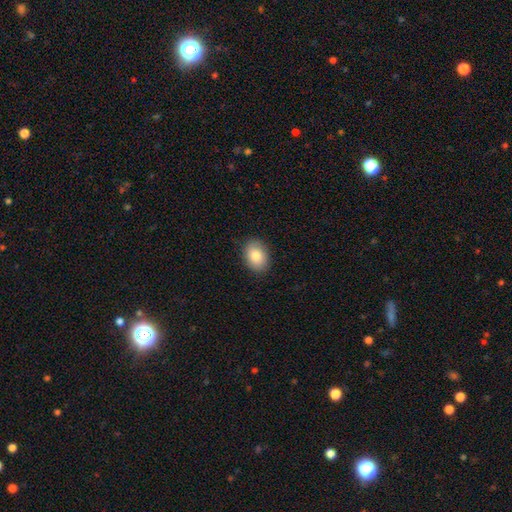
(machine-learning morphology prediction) smooth 85%, featured or disk 8%, star or artifact 7%. Down the decision tree: how rounded — in between (75%); merging — none (88%).